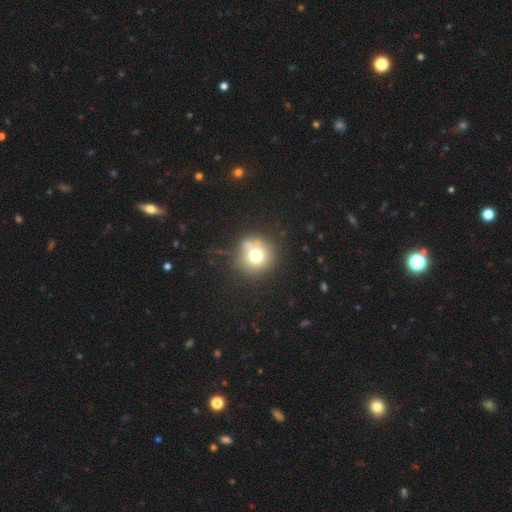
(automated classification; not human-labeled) Overall: smooth (69%). How rounded: round (91%). Merging: none (71%).